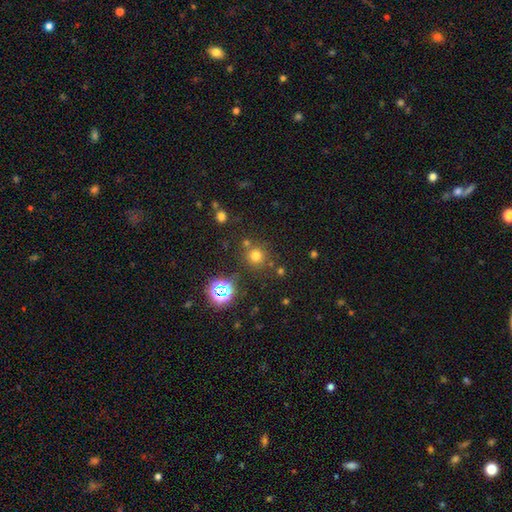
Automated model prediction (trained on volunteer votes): This is likely a smooth galaxy (68%). How rounded: clearly round (93%). Merging: likely none (78%).